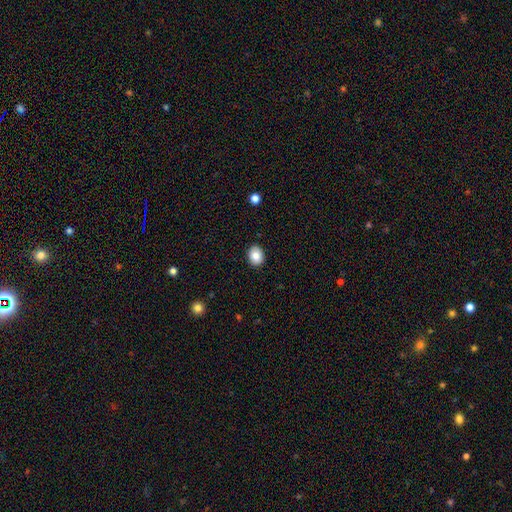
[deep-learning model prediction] Smooth or featured?
  - smooth: 83% *
  - featured or disk: 9%
  - star or artifact: 8%
How rounded?
  - in between: 55% *
  - round: 44%
  - cigar-shaped: 1%
Merging?
  - none: 90% *
  - minor disturbance: 7%
  - major disturbance: 2%
  - merger: 1%